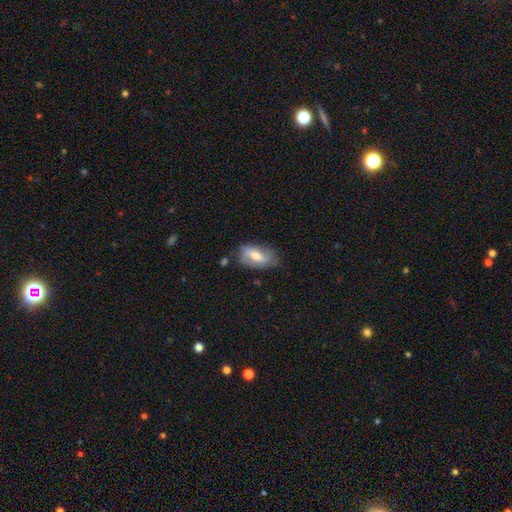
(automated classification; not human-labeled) A featured or disk galaxy (50%). Merging: none (67%).